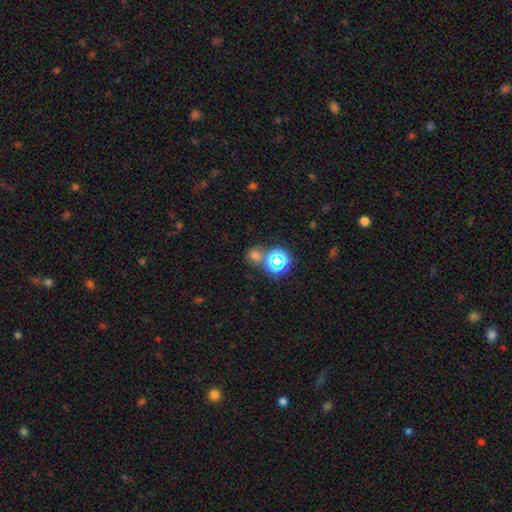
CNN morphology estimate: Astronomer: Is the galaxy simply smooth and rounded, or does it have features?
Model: smooth — 56% (runner-up: star or artifact, 37%).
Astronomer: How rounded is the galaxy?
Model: round — 74%.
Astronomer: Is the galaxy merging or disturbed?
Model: none — 61%.